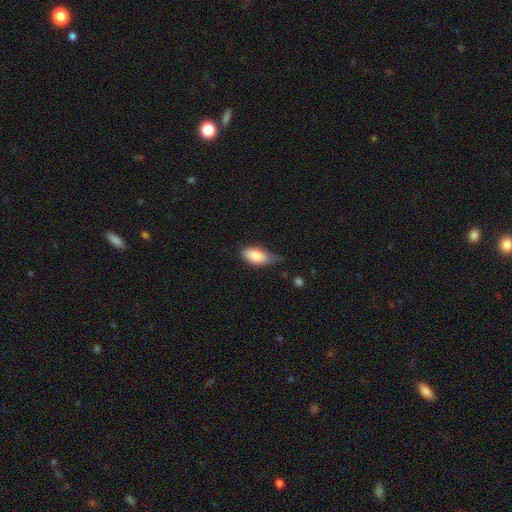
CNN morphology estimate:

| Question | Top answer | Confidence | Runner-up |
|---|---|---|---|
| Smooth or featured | smooth | 84% | featured or disk (9%) |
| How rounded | in between | 91% | cigar-shaped (5%) |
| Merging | minor disturbance | 49% | none (35%) |